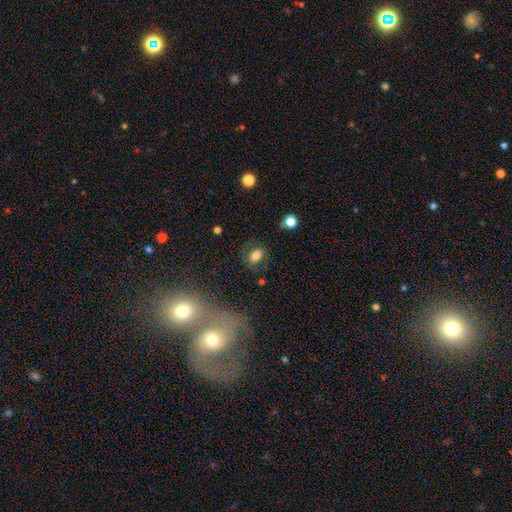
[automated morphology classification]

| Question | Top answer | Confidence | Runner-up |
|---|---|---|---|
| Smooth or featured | smooth | 75% | featured or disk (15%) |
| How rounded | in between | 69% | round (30%) |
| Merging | none | 76% | minor disturbance (15%) |